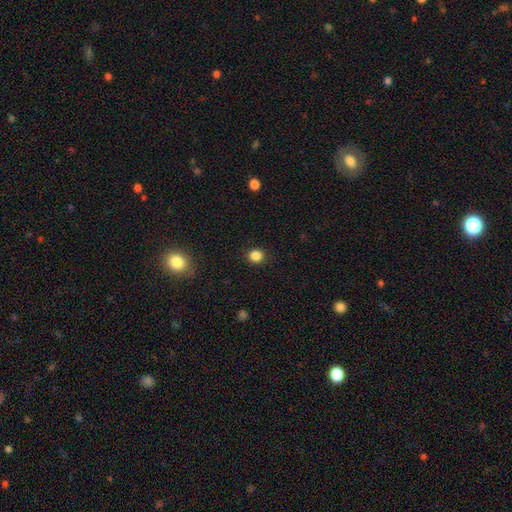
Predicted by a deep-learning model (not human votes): This is clearly a smooth galaxy (85%). How rounded: clearly round (84%). Merging: clearly none (90%).